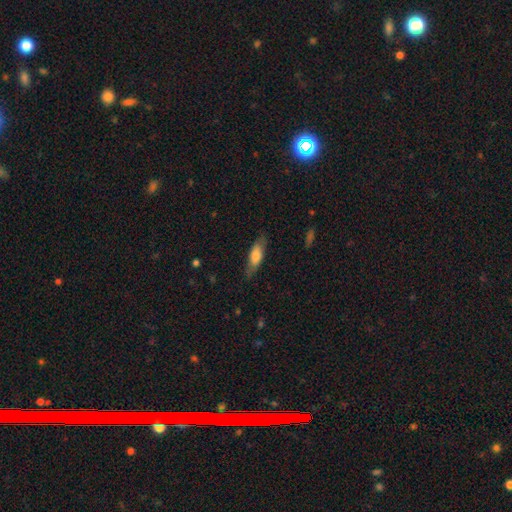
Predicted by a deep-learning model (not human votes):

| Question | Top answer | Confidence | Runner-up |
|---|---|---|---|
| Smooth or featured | smooth | 67% | featured or disk (26%) |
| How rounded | in between | 61% | cigar-shaped (36%) |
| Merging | none | 77% | minor disturbance (18%) |